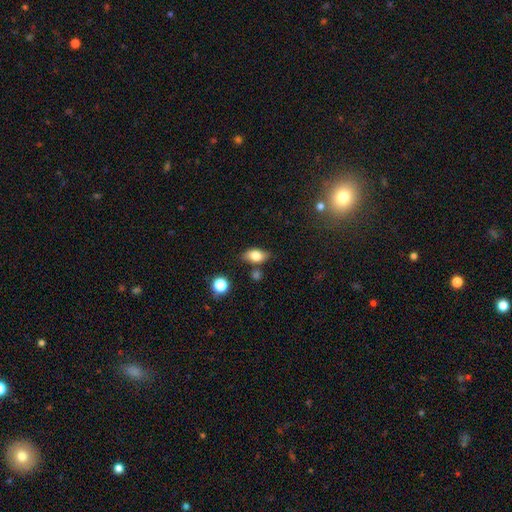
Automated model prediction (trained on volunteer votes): Smooth or featured? Predicted: smooth (p=0.76). How rounded? Predicted: in between (p=0.85). Merging? Predicted: none (p=0.75).